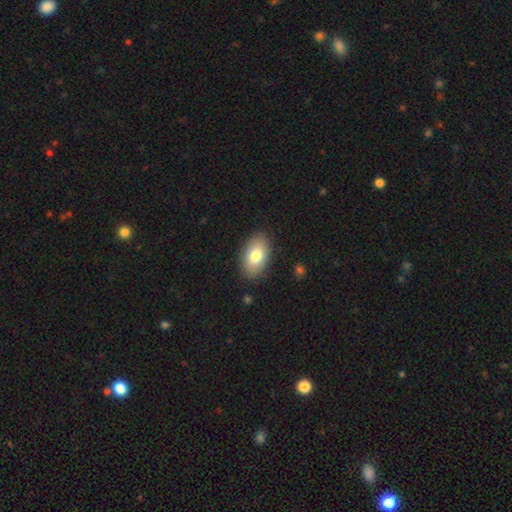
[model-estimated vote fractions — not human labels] Morphology: type=smooth (79%); roundness=in between (93%); merging=none (87%).